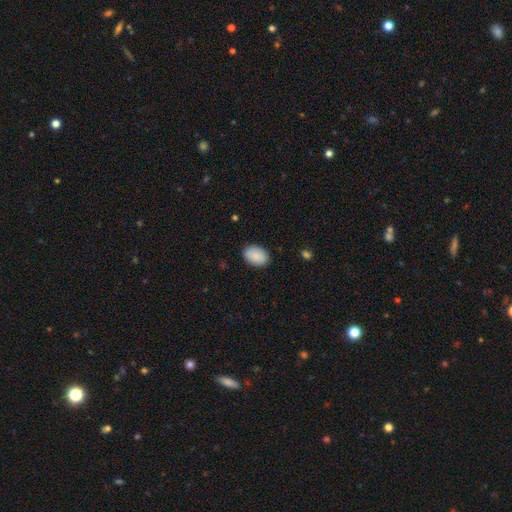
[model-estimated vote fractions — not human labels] This appears to be a smooth galaxy with no disk features (90%) that is in between round and cigar-shaped (86%). Merging: none (88%).